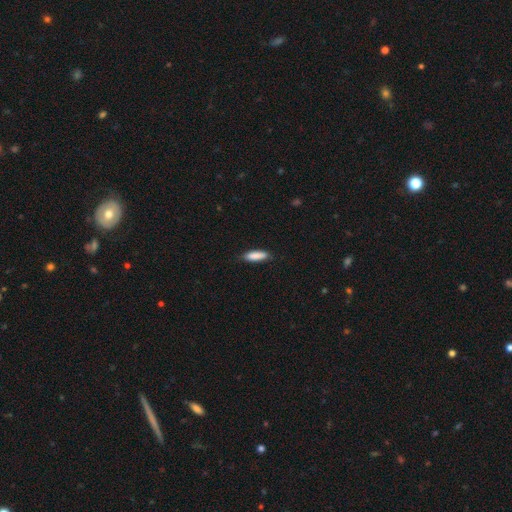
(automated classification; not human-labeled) smooth 88%, featured or disk 6%, star or artifact 6%. Down the decision tree: how rounded — cigar-shaped (58%); merging — none (84%).